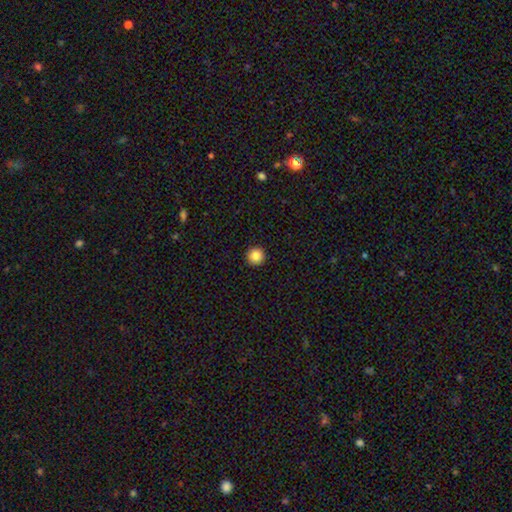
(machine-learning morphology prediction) Smooth or featured: smooth — 85% (star or artifact — 10%)
How rounded: round — 96% (in between — 3%)
Merging: none — 94% (minor disturbance — 4%)